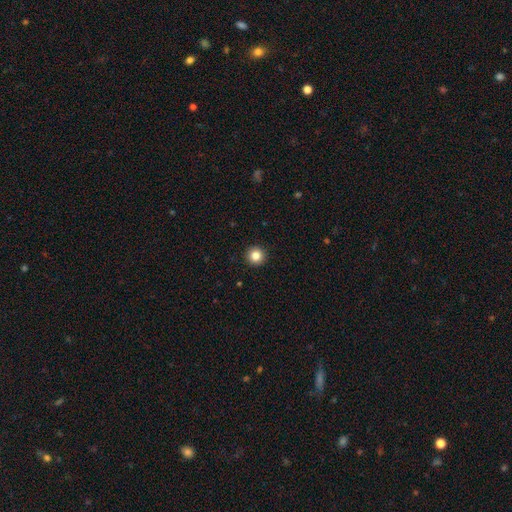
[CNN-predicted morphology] smooth_or_featured: smooth (p=0.84) [alt: star or artifact p=0.11]
how_rounded: round (p=0.96) [alt: in between p=0.03]
merging: none (p=0.94) [alt: minor disturbance p=0.04]